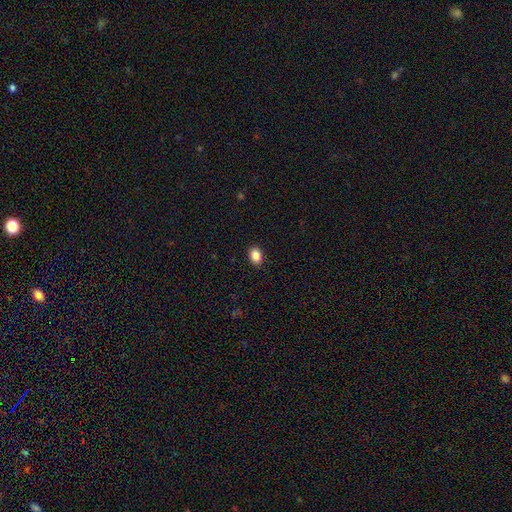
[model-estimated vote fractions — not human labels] A smooth galaxy with no disk features (88%) that is in between round and cigar-shaped (70%). Merging: none (90%).